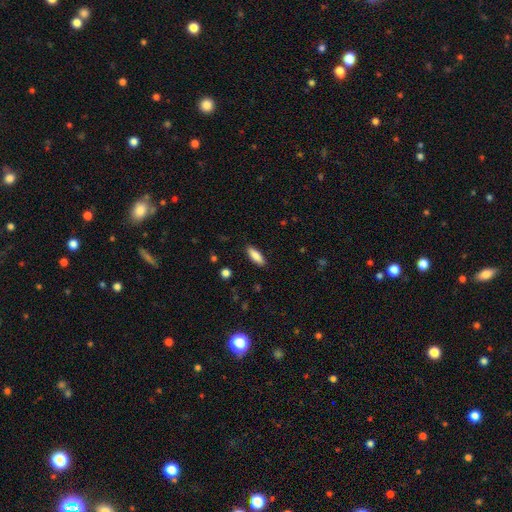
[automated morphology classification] smooth 85%, featured or disk 9%, star or artifact 6%. Down the decision tree: how rounded — in between (55%); merging — none (88%).